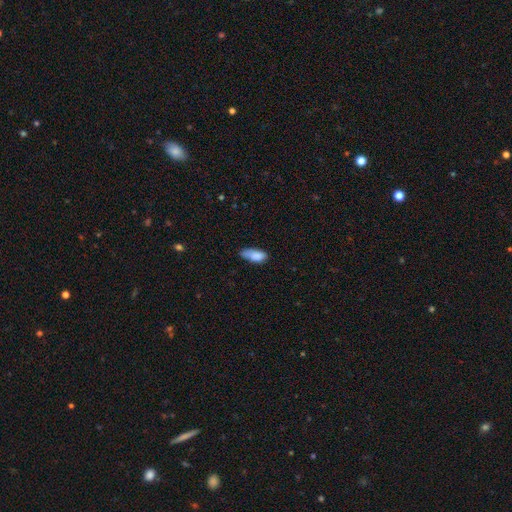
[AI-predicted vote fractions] Smooth or featured: smooth — 84% (featured or disk — 8%)
How rounded: in between — 82% (cigar-shaped — 16%)
Merging: none — 54% (minor disturbance — 35%)